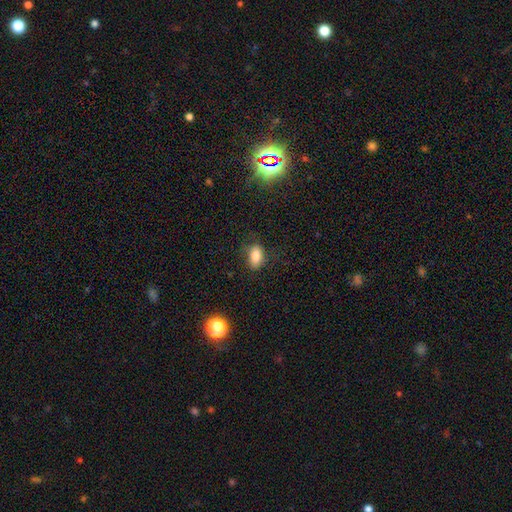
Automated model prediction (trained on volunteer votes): A smooth galaxy with no disk features (83%) that is in between round and cigar-shaped (87%). Merging: none (74%).